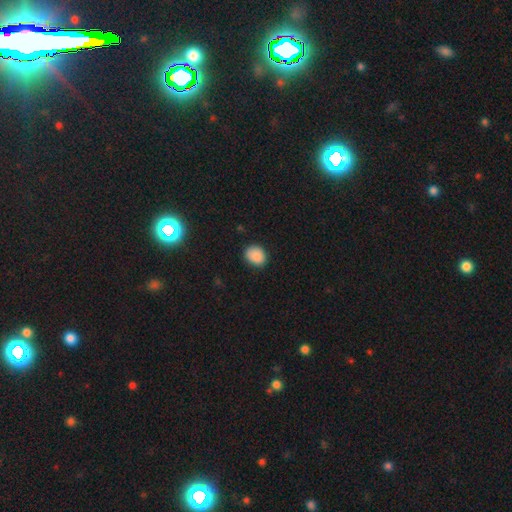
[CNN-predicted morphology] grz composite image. It shows a smooth galaxy with no disk features (88%) that is round (55%). Merging: none (84%).